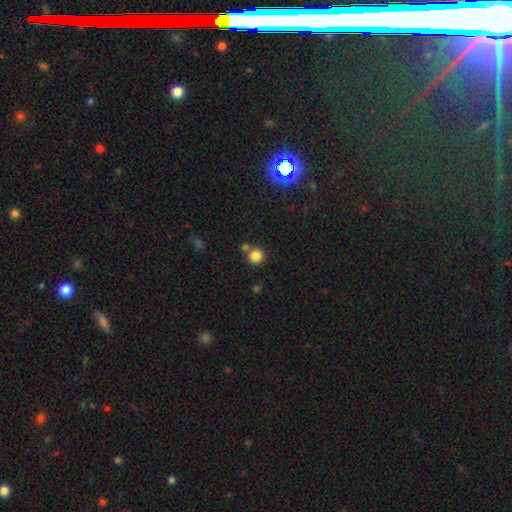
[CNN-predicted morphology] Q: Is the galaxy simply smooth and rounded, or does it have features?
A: smooth — 84%.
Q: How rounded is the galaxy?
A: round — 93%.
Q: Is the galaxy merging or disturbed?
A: none — 70%.